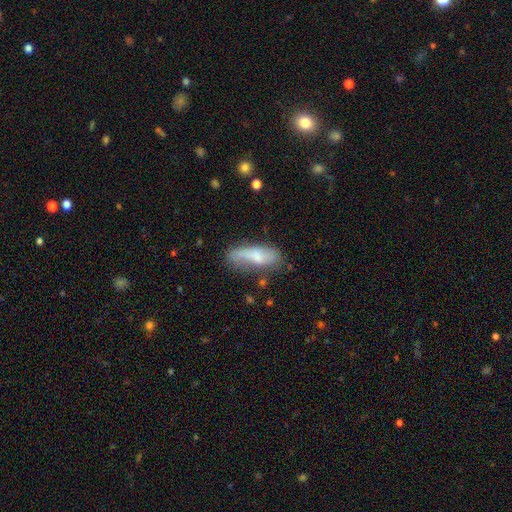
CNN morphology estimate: Smooth or featured: smooth — 65% (featured or disk — 27%)
How rounded: in between — 58% (cigar-shaped — 39%)
Merging: none — 50% (minor disturbance — 30%)